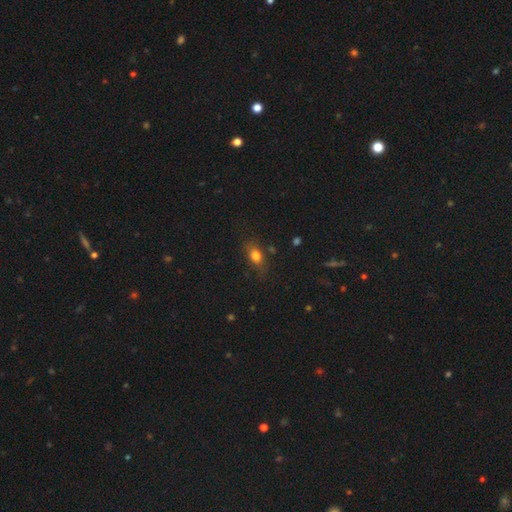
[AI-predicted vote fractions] A smooth galaxy with no disk features (78%) that is in between round and cigar-shaped (72%).

Vote fractions:
- Smooth or featured? smooth: 78% / featured or disk: 11% / star or artifact: 11%
- How rounded? in between: 72% / round: 21% / cigar-shaped: 7%
- Merging? none: 73% / minor disturbance: 19% / major disturbance: 6% / merger: 2%